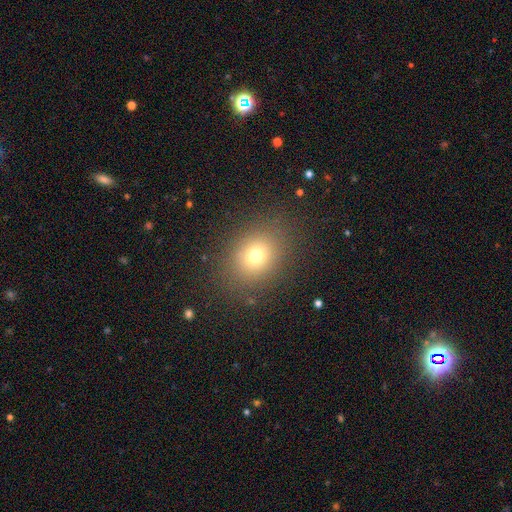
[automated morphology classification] Smooth or featured? Predicted: smooth (p=0.71). How rounded? Predicted: round (p=0.57). Merging? Predicted: none (p=0.84).